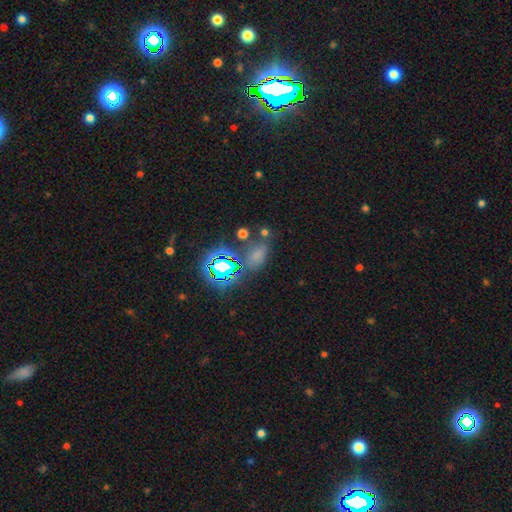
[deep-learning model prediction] This appears to be a smooth galaxy with no disk features (49%). Merging: none (62%).